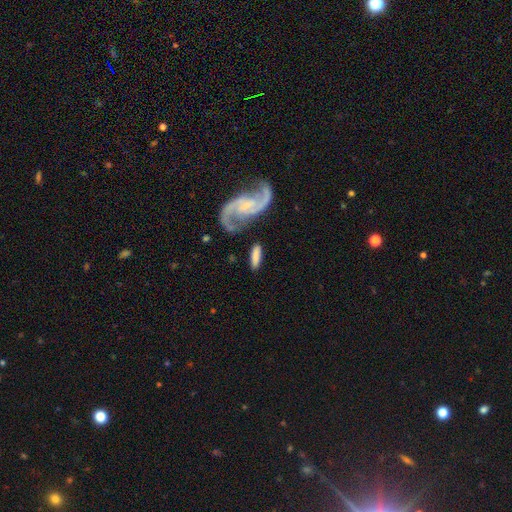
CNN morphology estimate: A smooth galaxy with no disk features (57%) that is in between round and cigar-shaped (51%). Merging: none (70%).